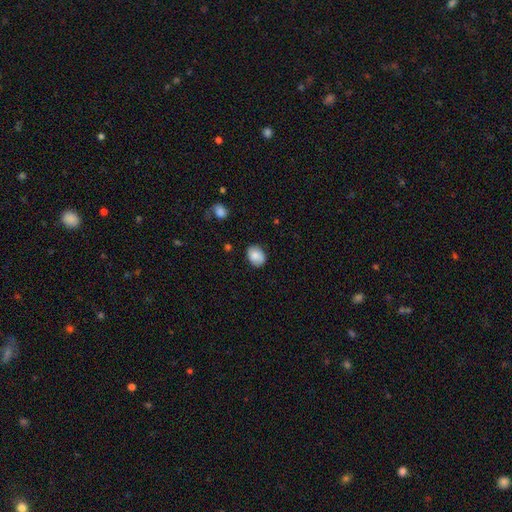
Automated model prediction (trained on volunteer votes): smooth 84%, featured or disk 9%, star or artifact 7%. Down the decision tree: how rounded — in between (66%); merging — none (79%).